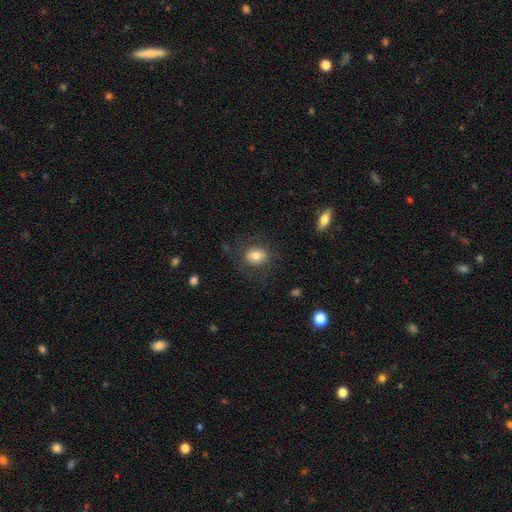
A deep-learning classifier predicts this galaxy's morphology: A smooth galaxy with no disk features (77%) that is round (52%).

Vote fractions:
- Smooth or featured? smooth: 77% / featured or disk: 14% / star or artifact: 9%
- How rounded? round: 52% / in between: 47% / cigar-shaped: 1%
- Merging? none: 78% / minor disturbance: 13% / major disturbance: 8% / merger: 1%